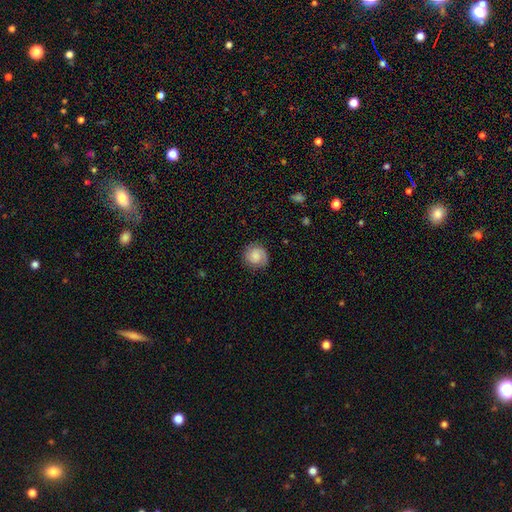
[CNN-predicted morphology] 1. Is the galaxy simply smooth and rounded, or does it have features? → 54% smooth, 38% featured or disk, 8% star or artifact.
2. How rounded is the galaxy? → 87% round, 12% in between, 1% cigar-shaped.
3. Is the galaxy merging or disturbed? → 82% none, 13% minor disturbance, 4% major disturbance, 1% merger.